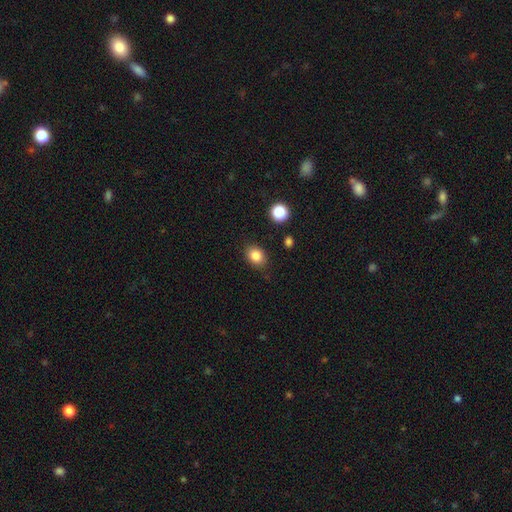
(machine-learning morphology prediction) Q: Smooth or featured?
A: smooth (83%); runner-up: star or artifact (11%)
Q: How rounded?
A: in between (60%); runner-up: round (39%)
Q: Merging?
A: none (84%); runner-up: minor disturbance (11%)